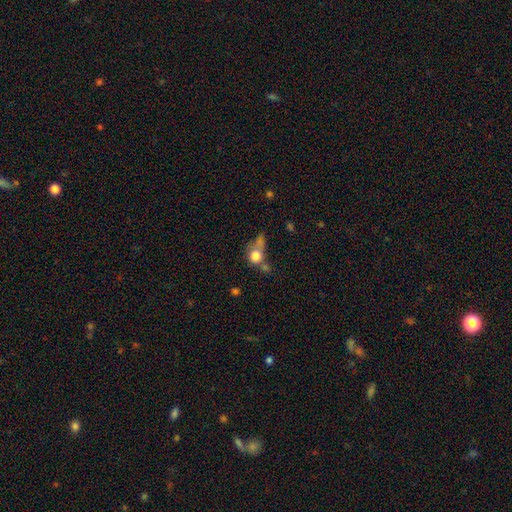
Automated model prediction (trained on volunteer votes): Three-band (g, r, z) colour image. It shows a smooth galaxy with no disk features (73%) that is round (73%). Merging: merger (38%).